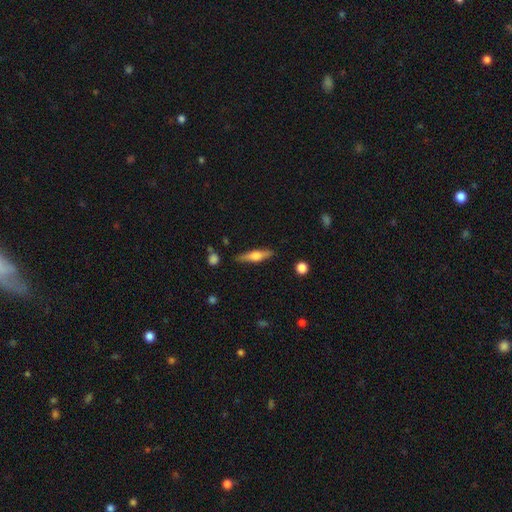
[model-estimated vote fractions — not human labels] Morphology: type=featured or disk (58%); edge-on=yes (96%); edge-on bulge=rounded (90%); merging=none (86%).